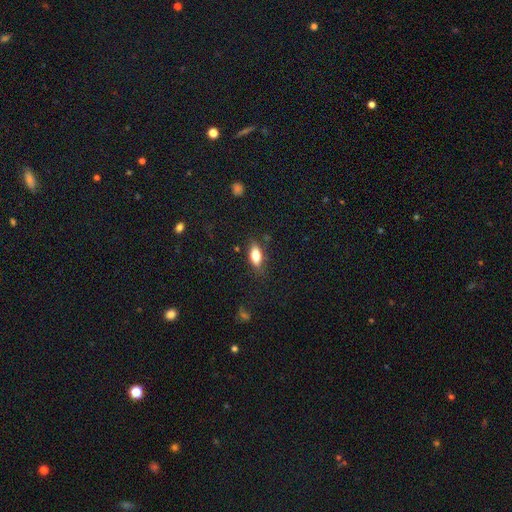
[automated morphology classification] Smooth or featured? smooth (76%)
How rounded? in between (82%)
Merging? none (79%)